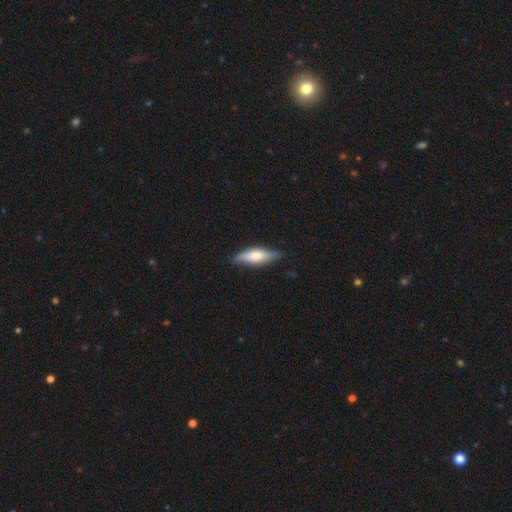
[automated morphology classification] Smooth or featured? Predicted: smooth (p=0.52). How rounded? Predicted: in between (p=0.49, tied with cigar-shaped). Merging? Predicted: none (p=0.82).